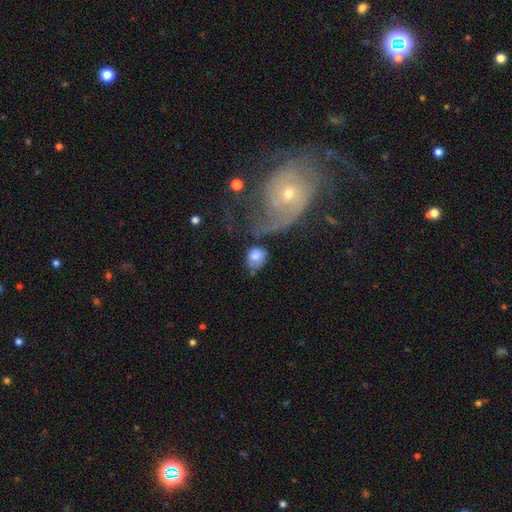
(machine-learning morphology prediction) A smooth galaxy with no disk features (71%) that is round (64%). Merging: none (45%).